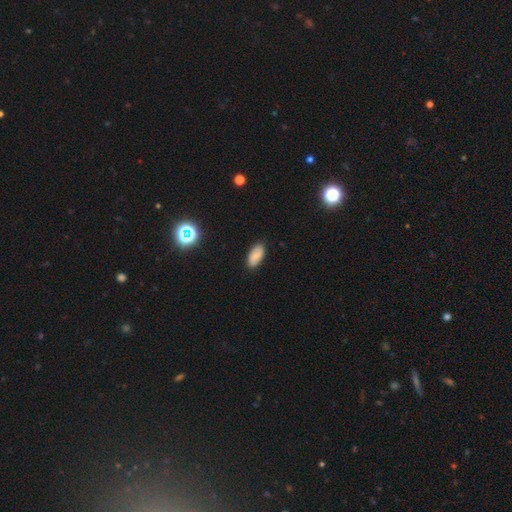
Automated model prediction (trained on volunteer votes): The model was most divided on "smooth or featured": smooth: 81%, star or artifact: 10%, featured or disk: 9%. More confident: how rounded — in between (92%); merging — none (86%).